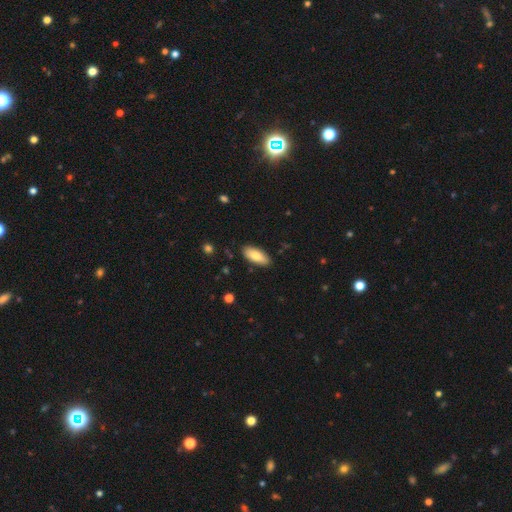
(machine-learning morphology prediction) A smooth galaxy with no disk features (82%) that is in between round and cigar-shaped (83%). Merging: none (88%).